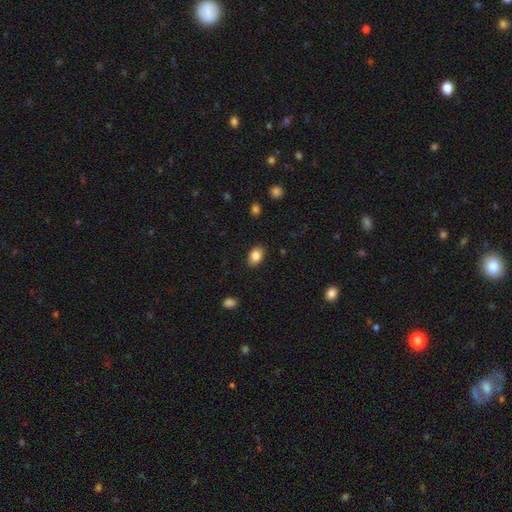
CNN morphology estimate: Smooth or featured? Predicted: smooth (p=0.85). How rounded? Predicted: in between (p=0.83). Merging? Predicted: none (p=0.86).